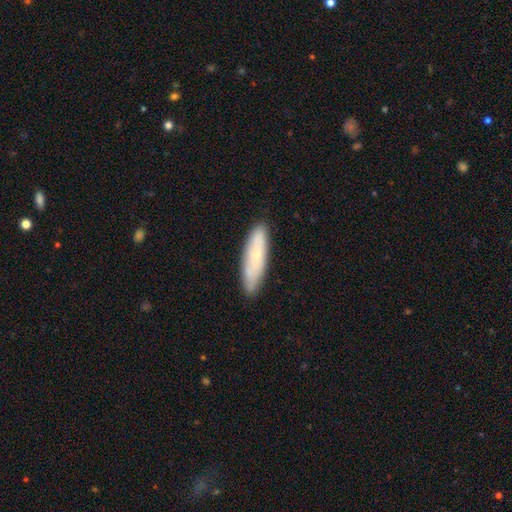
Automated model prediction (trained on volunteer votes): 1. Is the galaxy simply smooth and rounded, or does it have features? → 66% smooth, 27% featured or disk, 7% star or artifact.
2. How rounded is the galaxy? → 68% cigar-shaped, 30% in between, 2% round.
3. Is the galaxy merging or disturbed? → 85% none, 11% minor disturbance, 2% major disturbance, 1% merger.